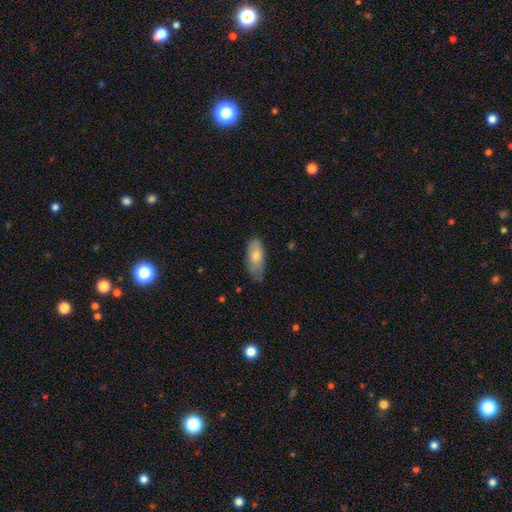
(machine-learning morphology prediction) Smooth or featured? smooth (70%)
How rounded? in between (83%)
Merging? none (60%)